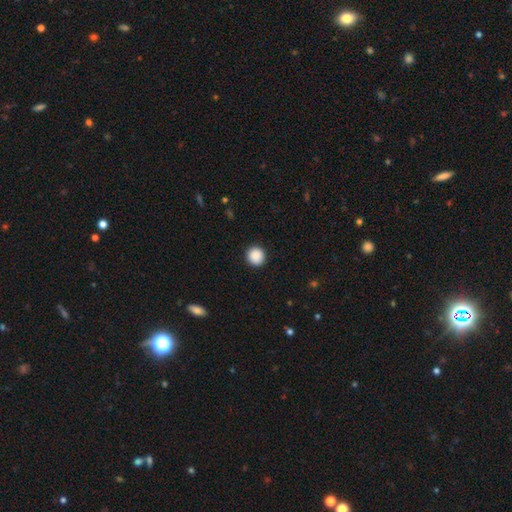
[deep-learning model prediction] smooth_or_featured: smooth (p=0.89) [alt: star or artifact p=0.09]
how_rounded: round (p=0.94) [alt: in between p=0.05]
merging: none (p=0.92) [alt: minor disturbance p=0.05]